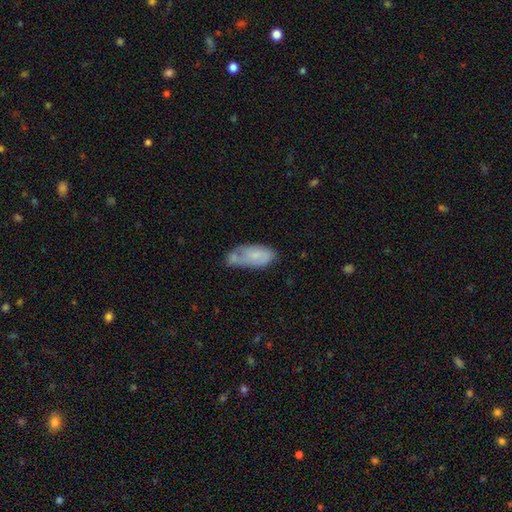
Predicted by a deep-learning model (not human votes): This is likely a smooth galaxy (65%). How rounded: clearly in between (88%). Merging: marginally none (32%).